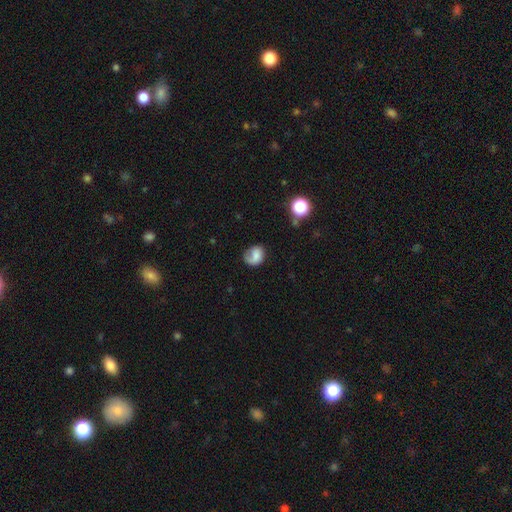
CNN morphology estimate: This appears to be a smooth galaxy with no disk features (66%) that is round (56%). Merging: none (49%).